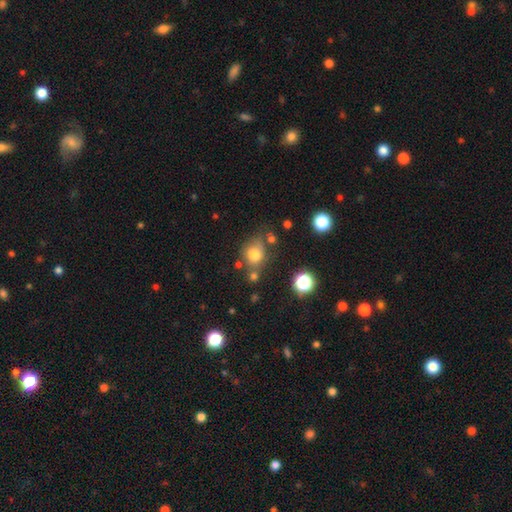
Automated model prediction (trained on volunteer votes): smooth 74%, star or artifact 14%, featured or disk 11%. Down the decision tree: how rounded — round (54%); merging — none (56%).